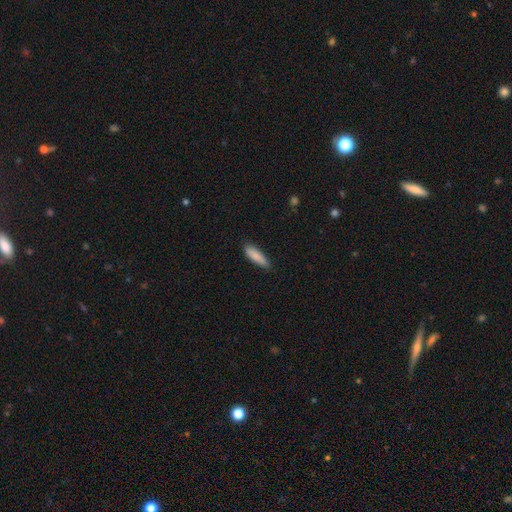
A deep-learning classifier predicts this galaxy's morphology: Smooth or featured? Predicted: smooth (p=0.86). How rounded? Predicted: cigar-shaped (p=0.63). Merging? Predicted: none (p=0.83).